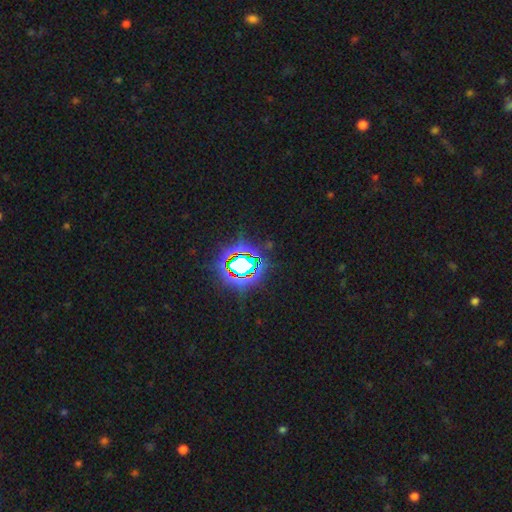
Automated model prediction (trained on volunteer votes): star or artifact 82%, smooth 11%, featured or disk 7%.